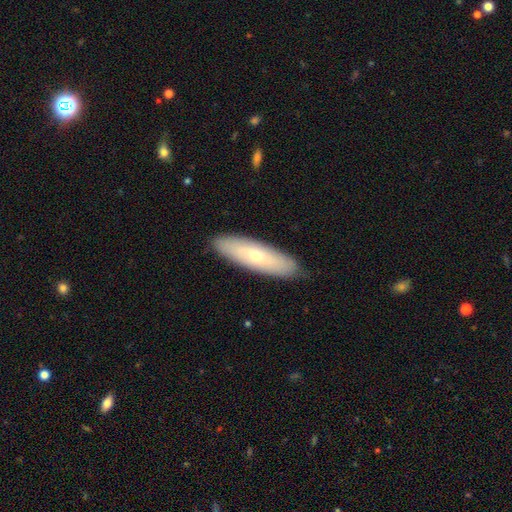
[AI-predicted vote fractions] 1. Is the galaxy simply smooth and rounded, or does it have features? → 56% smooth, 39% featured or disk, 6% star or artifact.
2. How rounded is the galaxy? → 59% cigar-shaped, 38% in between, 2% round.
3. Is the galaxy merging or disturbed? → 88% none, 9% minor disturbance, 2% major disturbance, 1% merger.